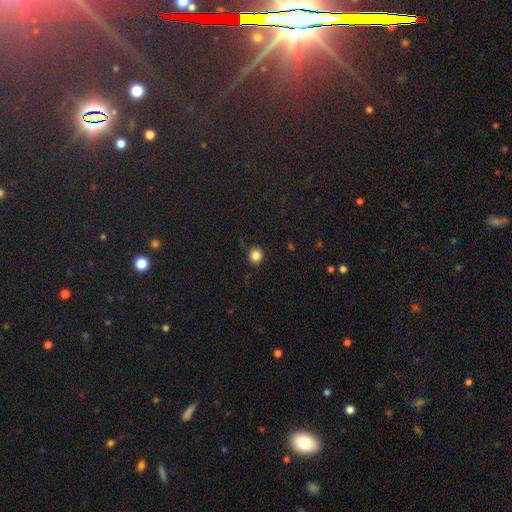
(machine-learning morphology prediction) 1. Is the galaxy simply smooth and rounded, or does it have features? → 84% smooth, 11% star or artifact, 4% featured or disk.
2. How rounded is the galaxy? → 82% round, 17% in between, 1% cigar-shaped.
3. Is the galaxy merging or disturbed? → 87% none, 10% minor disturbance, 2% major disturbance, 1% merger.